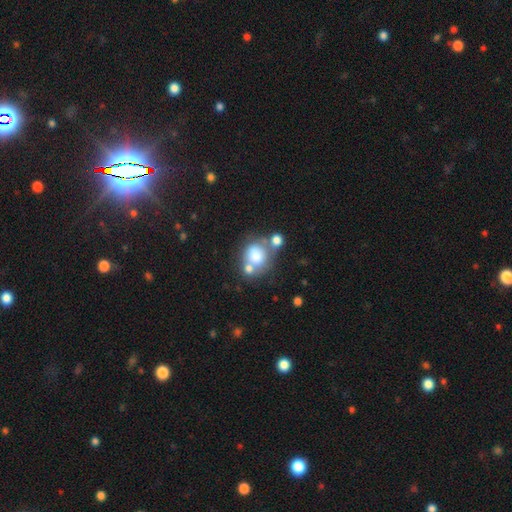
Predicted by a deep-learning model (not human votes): This appears to be a smooth galaxy with no disk features (72%) that is round (71%). Merging: merger (39%, tied with none).